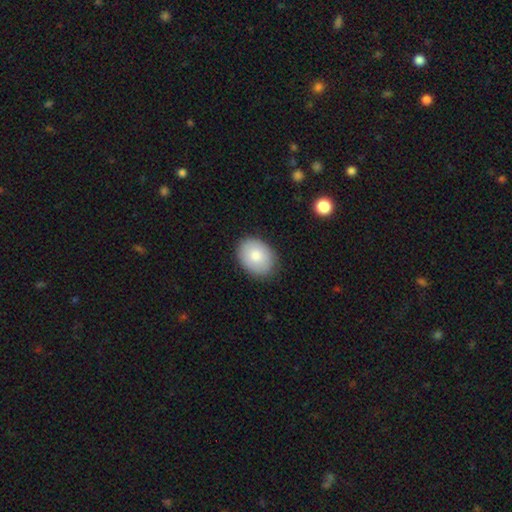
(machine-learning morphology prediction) This appears to be a smooth galaxy with no disk features (83%) that is in between round and cigar-shaped (69%). Merging: none (85%).